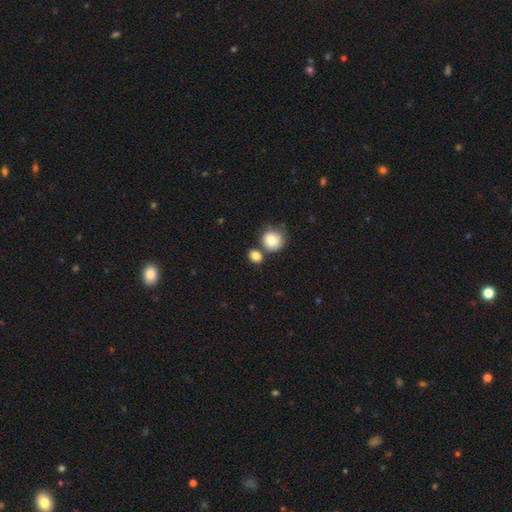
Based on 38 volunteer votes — Volunteers were most divided on "merging": none: 60%, merger: 29%, minor disturbance: 9%, major disturbance: 3%. More confident: smooth or featured — smooth (87%); how rounded — round (70%).